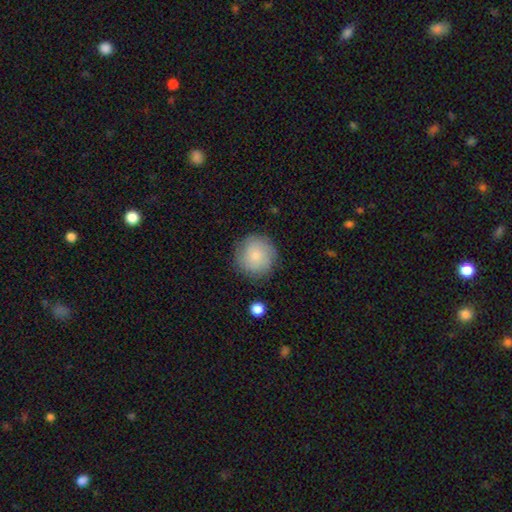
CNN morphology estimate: The model was most divided on "smooth or featured": smooth: 81%, featured or disk: 12%, star or artifact: 7%. More confident: how rounded — round (94%); merging — none (83%).